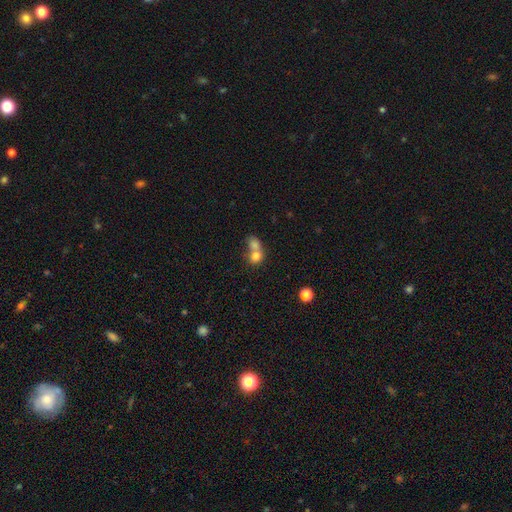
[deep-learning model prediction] A smooth galaxy with no disk features (75%) that is round (67%). Merging: merger (68%).